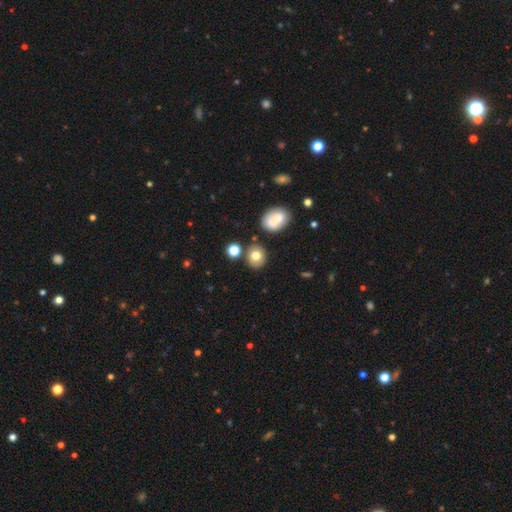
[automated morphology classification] Smooth or featured? Predicted: smooth (p=0.76). How rounded? Predicted: round (p=0.72). Merging? Predicted: none (p=0.79).